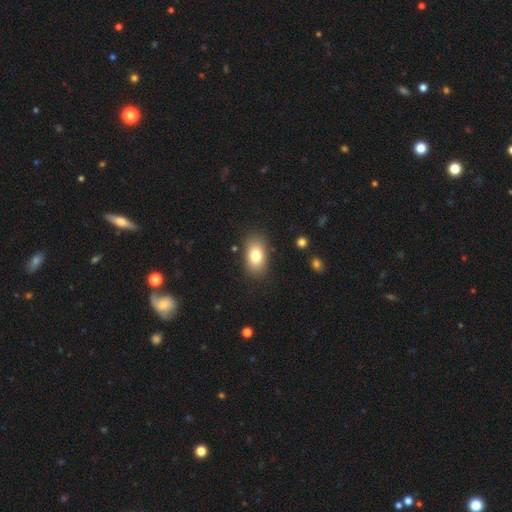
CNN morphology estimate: Smooth or featured? smooth (79%)
How rounded? in between (88%)
Merging? none (85%)